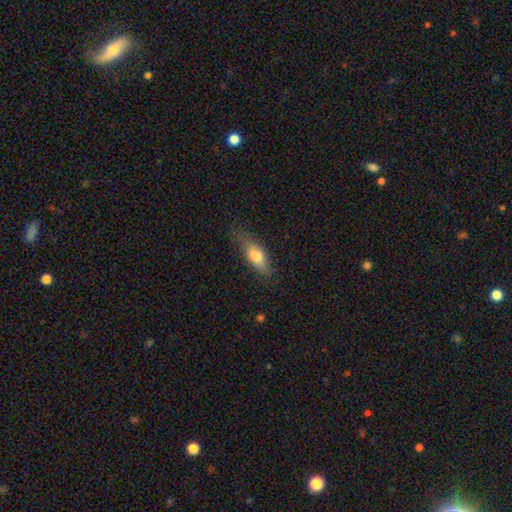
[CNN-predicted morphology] The model was most divided on "how rounded": in between: 61%, cigar-shaped: 36%, round: 3%. More confident: smooth or featured — smooth (73%); merging — none (69%).